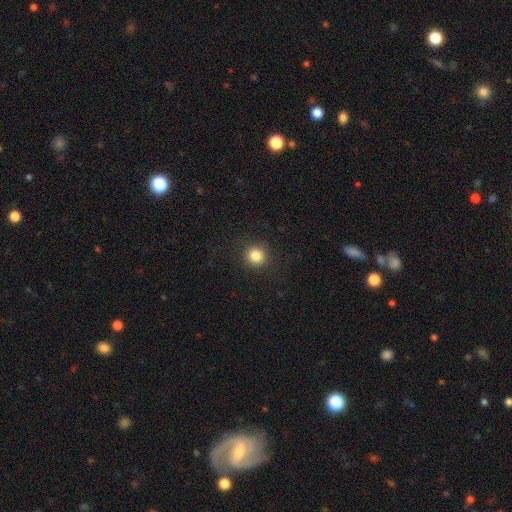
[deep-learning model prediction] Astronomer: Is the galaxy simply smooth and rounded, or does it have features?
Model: smooth — 84%.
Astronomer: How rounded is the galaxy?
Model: round — 94%.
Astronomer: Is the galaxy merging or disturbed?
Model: none — 91%.